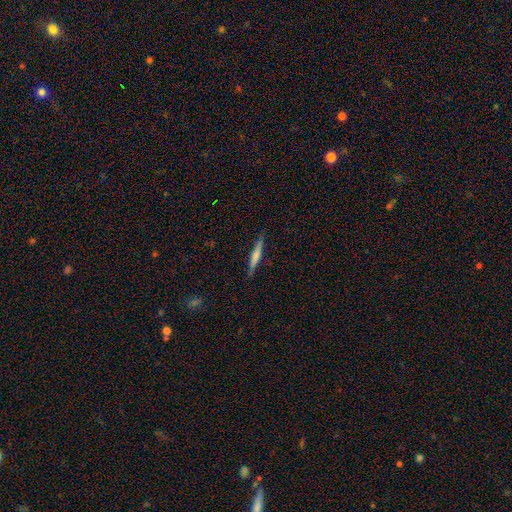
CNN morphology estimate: smooth 50%, featured or disk 43%, star or artifact 6%. Down the decision tree: how rounded — cigar-shaped (94%); merging — none (88%).